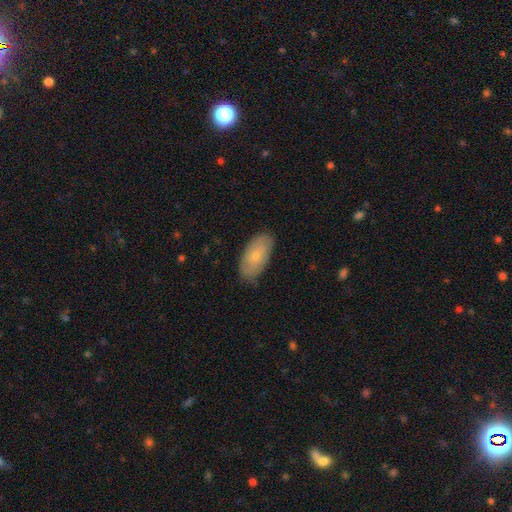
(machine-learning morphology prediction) smooth 70%, featured or disk 24%, star or artifact 6%. Down the decision tree: how rounded — in between (93%); merging — none (82%).